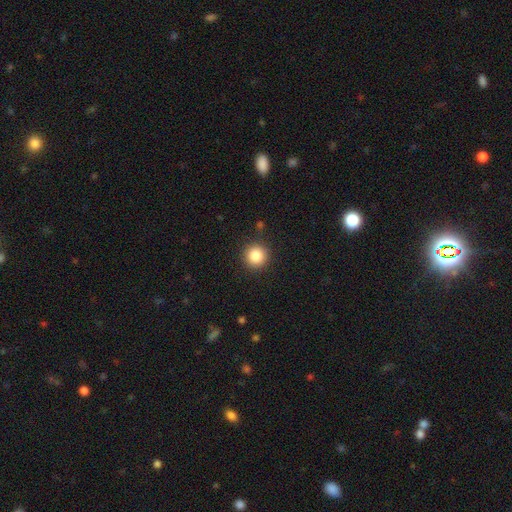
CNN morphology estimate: This appears to be a smooth galaxy with no disk features (85%) that is round (95%). Merging: none (90%).